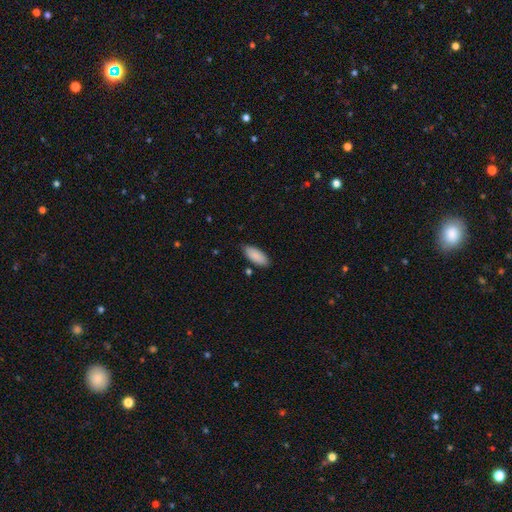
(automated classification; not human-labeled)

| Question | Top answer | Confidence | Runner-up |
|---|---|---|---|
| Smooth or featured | smooth | 89% | star or artifact (6%) |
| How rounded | in between | 84% | cigar-shaped (14%) |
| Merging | none | 82% | minor disturbance (14%) |